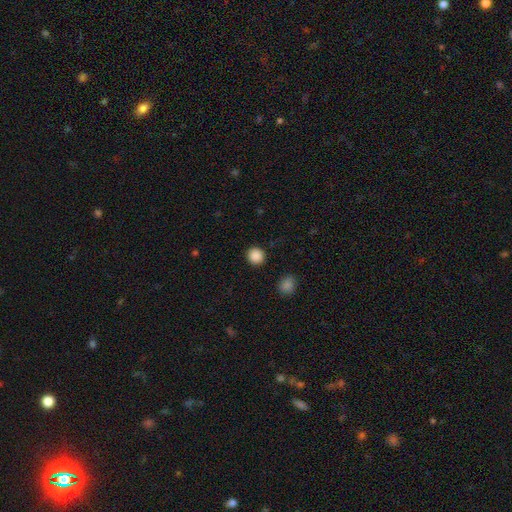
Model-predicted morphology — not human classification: This appears to be a smooth galaxy with no disk features (88%) that is round (91%). Merging: none (91%).